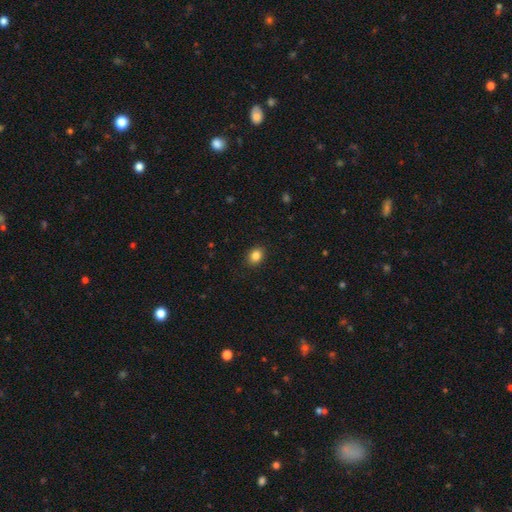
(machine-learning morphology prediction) Smooth or featured? smooth (85%)
How rounded? in between (53%)
Merging? none (90%)